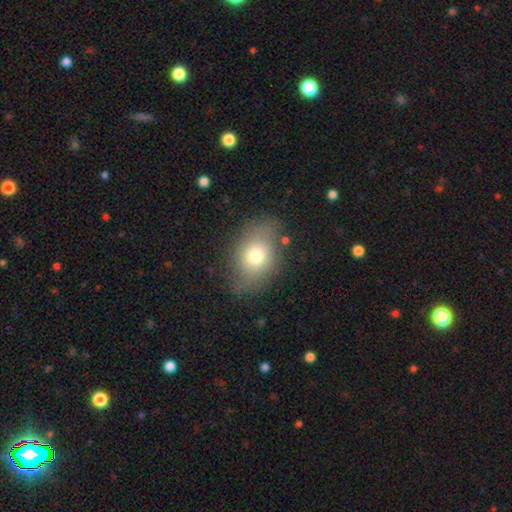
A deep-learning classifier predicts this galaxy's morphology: A smooth galaxy with no disk features (72%) that is in between round and cigar-shaped (72%). Merging: none (72%).